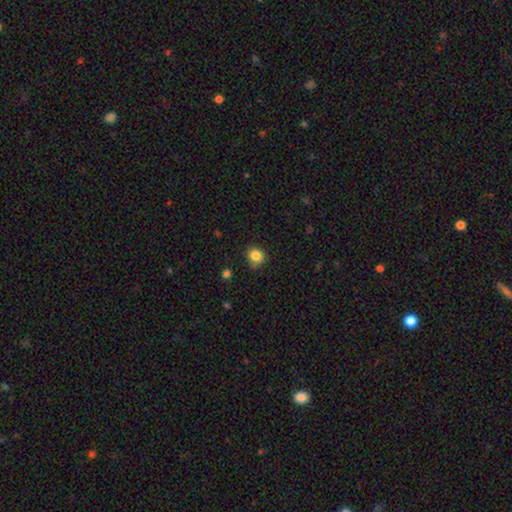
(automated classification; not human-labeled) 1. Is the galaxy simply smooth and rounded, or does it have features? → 84% smooth, 11% star or artifact, 4% featured or disk.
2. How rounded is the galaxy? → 84% round, 15% in between, 1% cigar-shaped.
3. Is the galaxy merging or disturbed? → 79% none, 16% minor disturbance, 3% major disturbance, 2% merger.